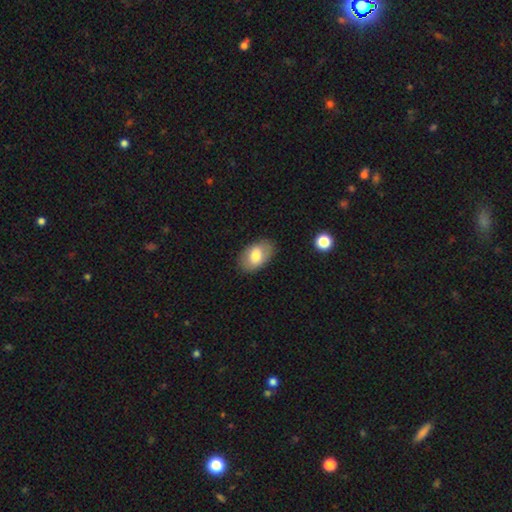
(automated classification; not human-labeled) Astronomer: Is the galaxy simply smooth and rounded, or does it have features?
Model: smooth — 75%.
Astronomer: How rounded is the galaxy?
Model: in between — 92%.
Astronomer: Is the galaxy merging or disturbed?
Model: none — 83%.